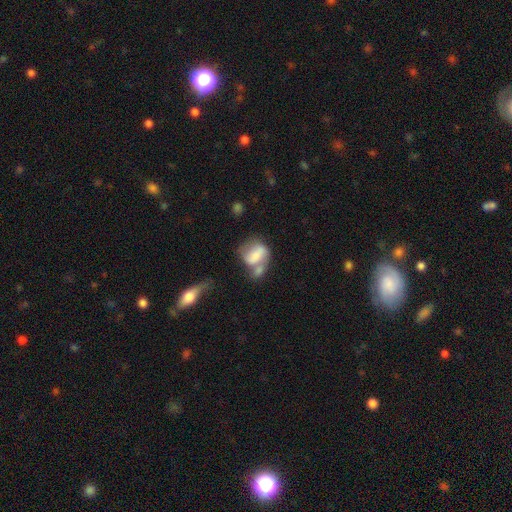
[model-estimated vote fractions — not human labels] The model was most divided on "smooth or featured": smooth: 56%, featured or disk: 35%, star or artifact: 8%. Remaining: how rounded — in between (63%); merging — merger (48%).